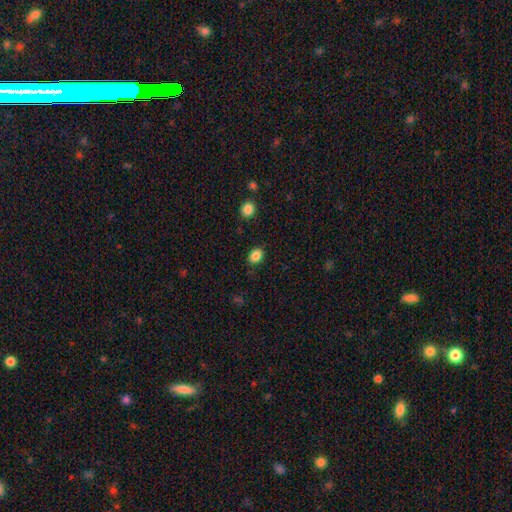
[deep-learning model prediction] Smooth or featured? smooth (86%)
How rounded? in between (67%)
Merging? none (85%)